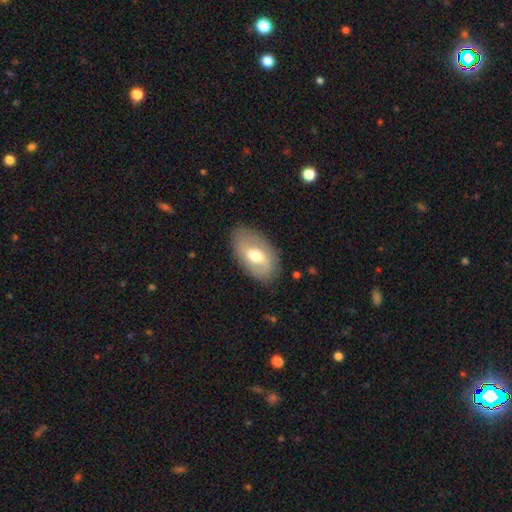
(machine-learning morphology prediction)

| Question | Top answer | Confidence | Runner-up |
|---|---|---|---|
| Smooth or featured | featured or disk | 54% | smooth (40%) |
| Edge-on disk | no | 92% | yes (8%) |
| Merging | none | 80% | minor disturbance (14%) |